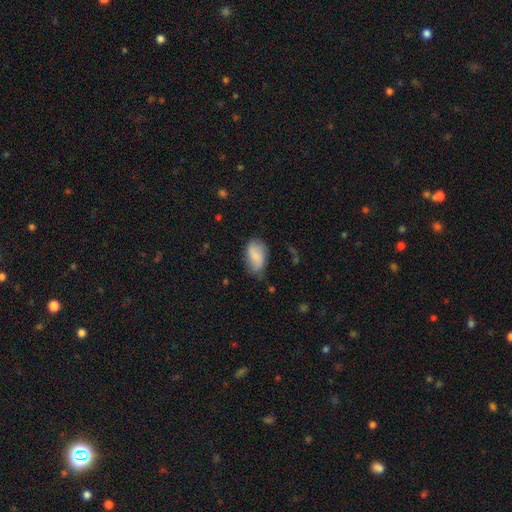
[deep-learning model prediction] Smooth or featured?
  - smooth: 69% *
  - featured or disk: 24%
  - star or artifact: 7%
How rounded?
  - in between: 91% *
  - round: 6%
  - cigar-shaped: 2%
Merging?
  - none: 59% *
  - minor disturbance: 31%
  - major disturbance: 8%
  - merger: 2%